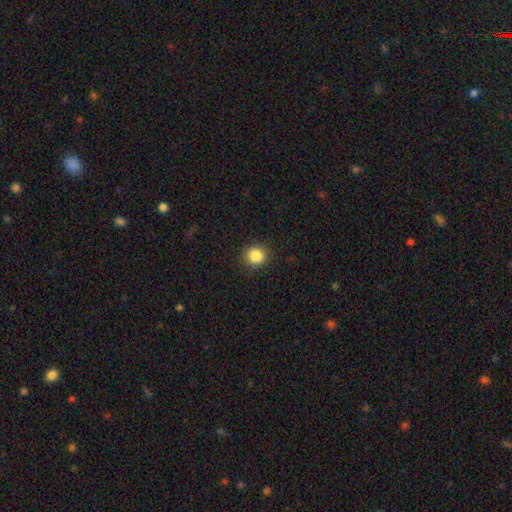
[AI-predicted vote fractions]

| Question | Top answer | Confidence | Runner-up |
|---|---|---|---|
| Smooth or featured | smooth | 86% | star or artifact (10%) |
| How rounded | round | 89% | in between (10%) |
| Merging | none | 90% | minor disturbance (7%) |